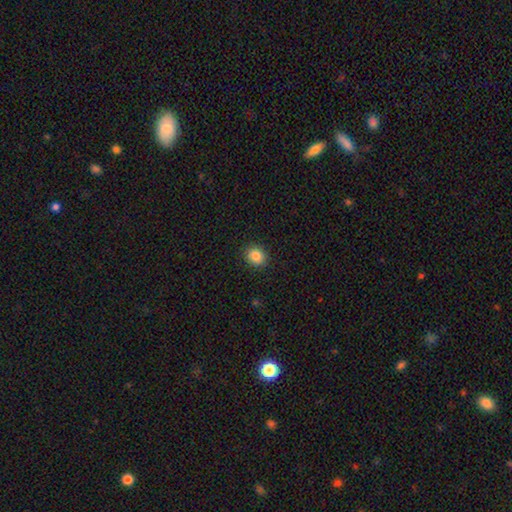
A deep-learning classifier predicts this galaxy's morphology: Smooth or featured?
  - smooth: 85% *
  - star or artifact: 10%
  - featured or disk: 5%
How rounded?
  - round: 72% *
  - in between: 27%
  - cigar-shaped: 1%
Merging?
  - none: 91% *
  - minor disturbance: 6%
  - major disturbance: 2%
  - merger: 1%